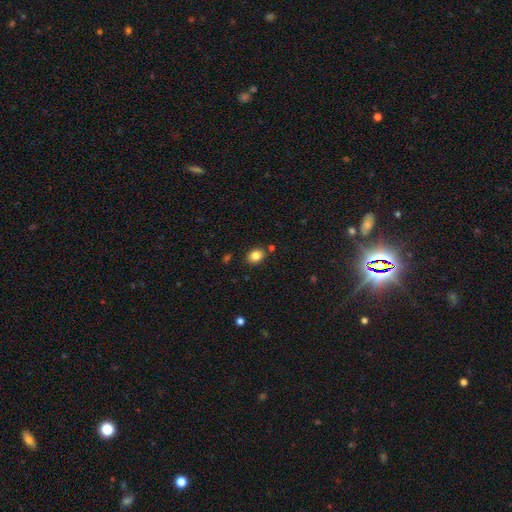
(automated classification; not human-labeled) Smooth or featured? Predicted: smooth (p=0.84). How rounded? Predicted: in between (p=0.62). Merging? Predicted: none (p=0.83).